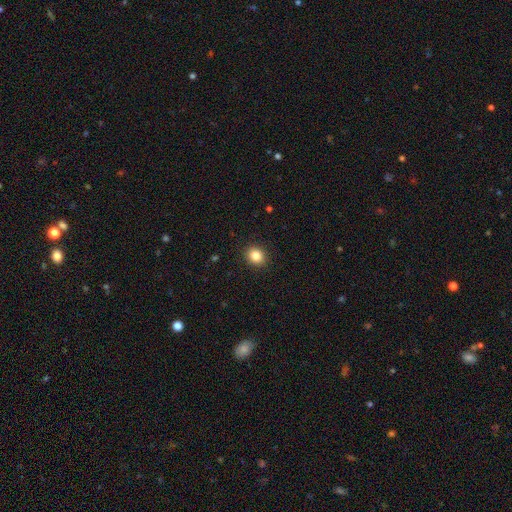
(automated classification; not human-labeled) Overall: smooth (84%). How rounded: round (76%). Merging: none (92%).